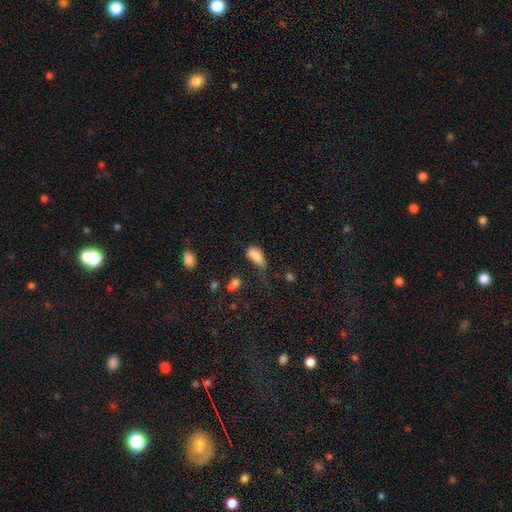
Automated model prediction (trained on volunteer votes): Smooth or featured? smooth (83%)
How rounded? in between (88%)
Merging? none (34%)